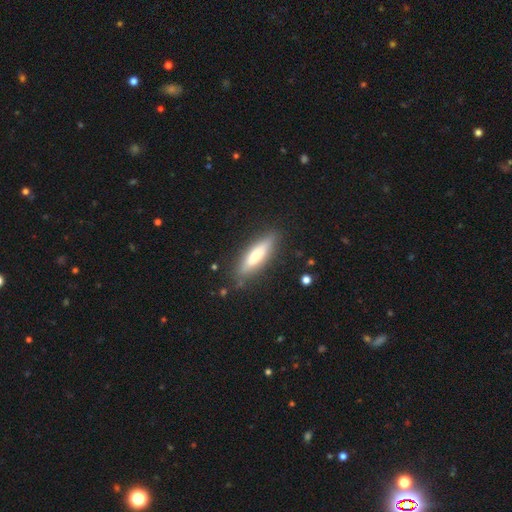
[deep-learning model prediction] smooth 59%, featured or disk 34%, star or artifact 6%. Down the decision tree: how rounded — cigar-shaped (67%); merging — none (85%).